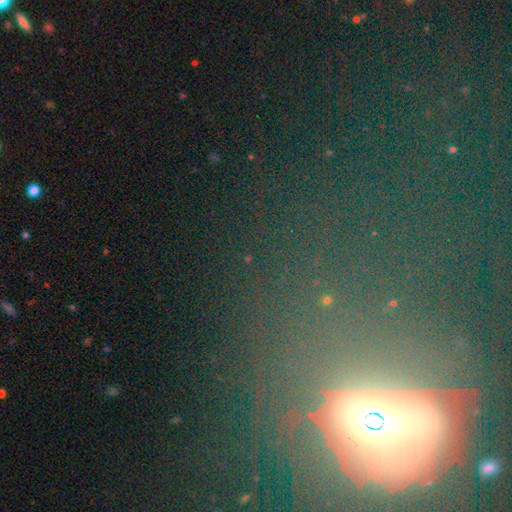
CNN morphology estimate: type=star or artifact (56%).